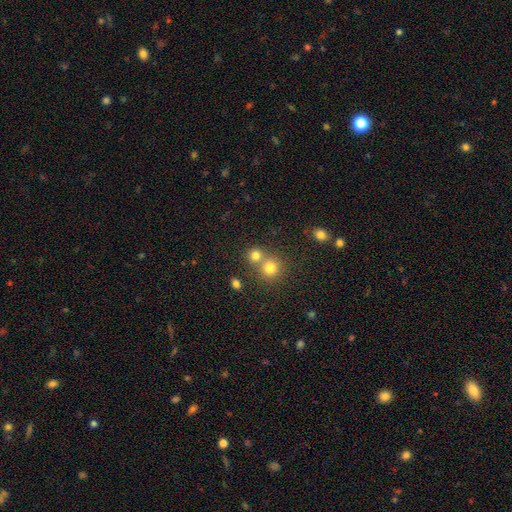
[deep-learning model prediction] Smooth or featured: smooth — 77% (star or artifact — 15%)
How rounded: round — 85% (in between — 14%)
Merging: none — 52% (merger — 39%)